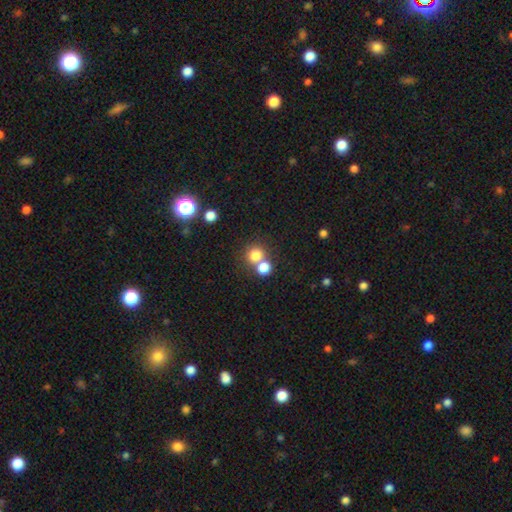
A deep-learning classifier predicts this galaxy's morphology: type=smooth (77%); roundness=round (88%); merging=none (54%).